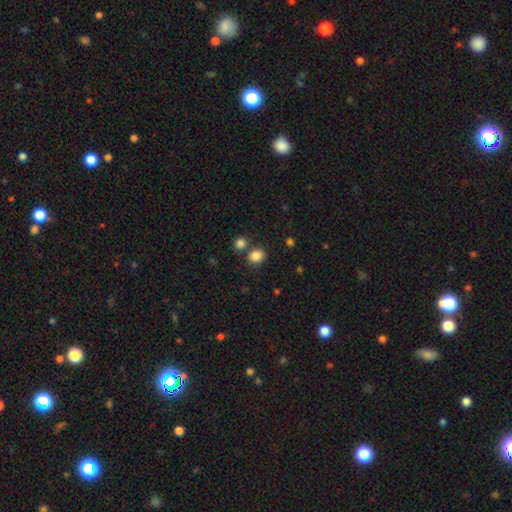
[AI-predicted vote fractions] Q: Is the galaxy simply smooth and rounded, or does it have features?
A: smooth — 85%.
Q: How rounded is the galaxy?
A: round — 64%.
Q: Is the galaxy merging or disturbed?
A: none — 71%.